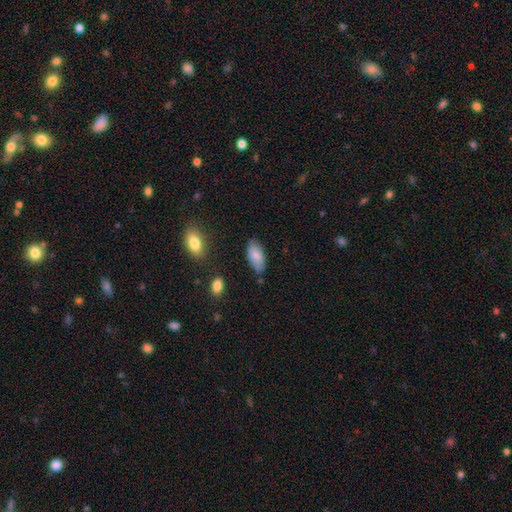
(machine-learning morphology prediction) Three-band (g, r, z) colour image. It shows a smooth galaxy with no disk features (83%) that is in between round and cigar-shaped (92%). Merging: none (76%).